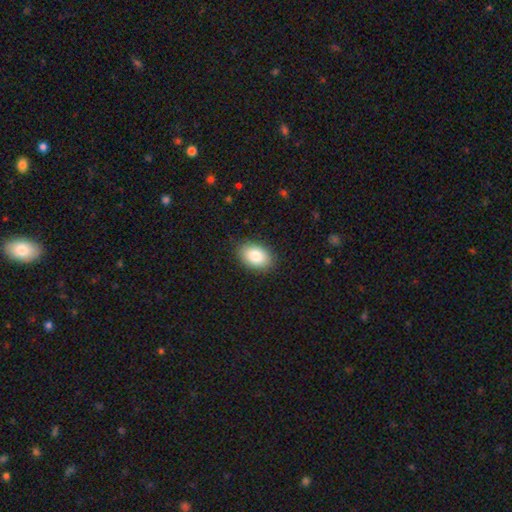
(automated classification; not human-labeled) Q: Smooth or featured?
A: smooth (85%); runner-up: featured or disk (8%)
Q: How rounded?
A: in between (87%); runner-up: round (12%)
Q: Merging?
A: none (88%); runner-up: minor disturbance (9%)